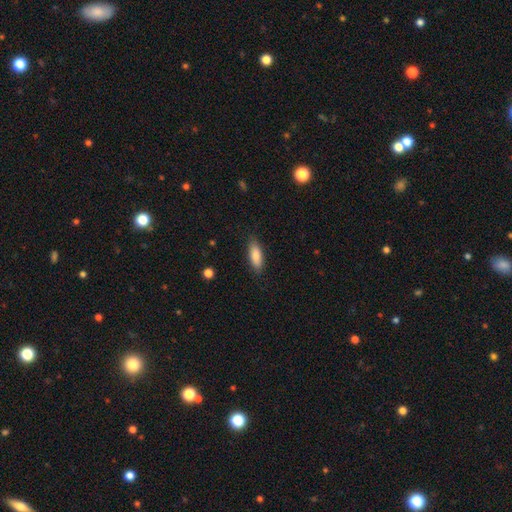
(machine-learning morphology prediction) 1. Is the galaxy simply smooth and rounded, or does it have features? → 85% smooth, 9% featured or disk, 6% star or artifact.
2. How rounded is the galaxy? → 67% in between, 31% cigar-shaped, 2% round.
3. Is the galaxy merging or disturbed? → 86% none, 10% minor disturbance, 2% major disturbance, 1% merger.